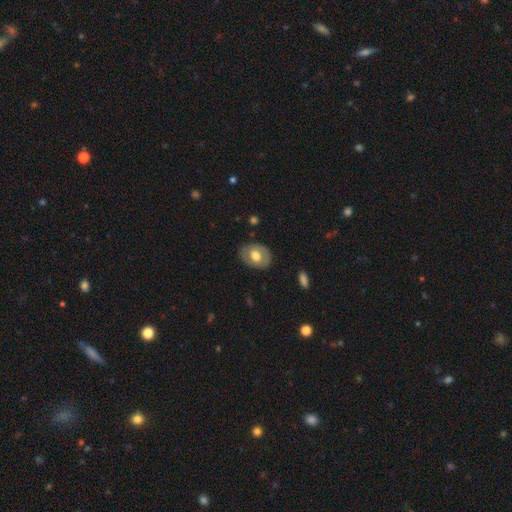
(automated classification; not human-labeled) Morphology: type=smooth (55%); roundness=in between (67%); merging=none (81%).